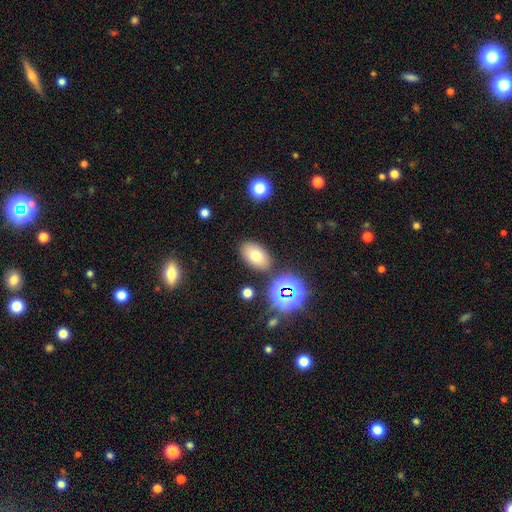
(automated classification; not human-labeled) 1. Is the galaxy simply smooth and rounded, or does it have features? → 69% smooth, 16% star or artifact, 15% featured or disk.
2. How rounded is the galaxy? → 88% in between, 11% round, 1% cigar-shaped.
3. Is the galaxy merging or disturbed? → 82% none, 10% minor disturbance, 5% merger, 3% major disturbance.